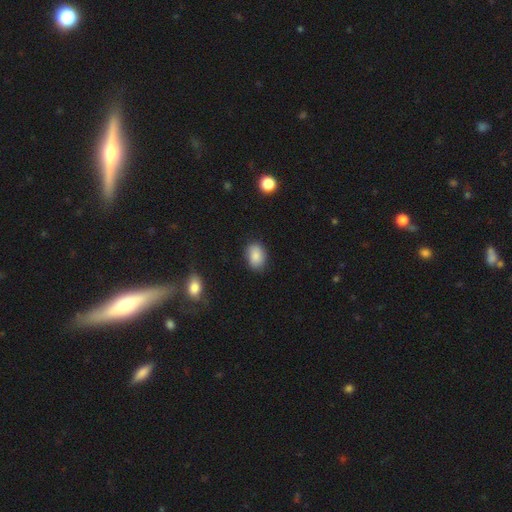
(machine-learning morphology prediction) smooth 86%, star or artifact 8%, featured or disk 7%. Down the decision tree: how rounded — in between (77%); merging — none (81%).